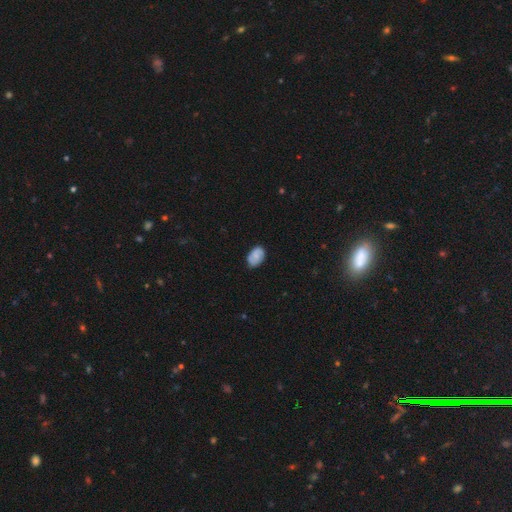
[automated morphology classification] smooth-or-featured: smooth: 69% | featured or disk: 23% | star or artifact: 8%
  how-rounded: in between: 87% | round: 11% | cigar-shaped: 1%
  merging: none: 79% | minor disturbance: 17% | major disturbance: 3% | merger: 1%